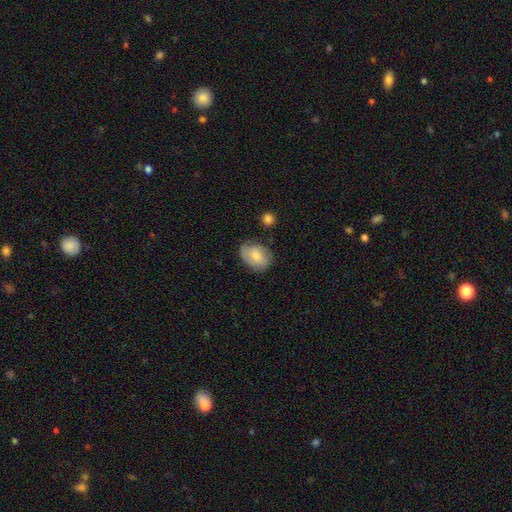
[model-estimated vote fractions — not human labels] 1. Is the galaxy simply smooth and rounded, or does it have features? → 60% smooth, 33% featured or disk, 7% star or artifact.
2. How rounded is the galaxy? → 68% in between, 31% round, 1% cigar-shaped.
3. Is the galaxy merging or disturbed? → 63% none, 28% minor disturbance, 7% major disturbance, 3% merger.